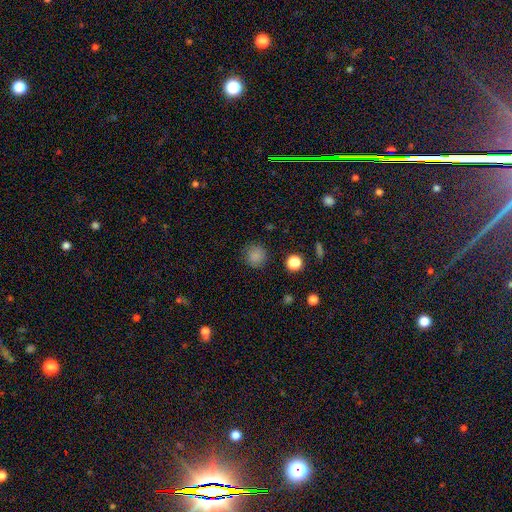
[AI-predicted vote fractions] The model was most divided on "smooth or featured": smooth: 83%, star or artifact: 13%, featured or disk: 4%. More confident: how rounded — round (93%); merging — none (87%).